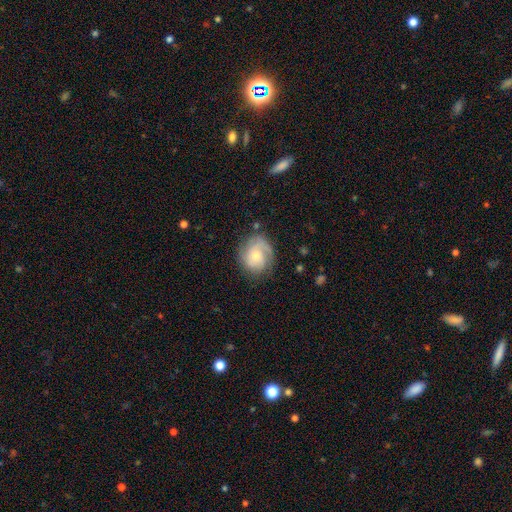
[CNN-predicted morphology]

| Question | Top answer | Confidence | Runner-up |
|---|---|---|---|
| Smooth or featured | featured or disk | 62% | smooth (31%) |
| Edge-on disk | no | 97% | yes (3%) |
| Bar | no | 73% | weak (24%) |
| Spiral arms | yes | 89% | no (11%) |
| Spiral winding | tight | 49% | medium (36%) |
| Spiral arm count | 2 | 37% | 1 (27%) |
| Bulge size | small | 48% | moderate (45%) |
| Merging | none | 70% | minor disturbance (20%) |